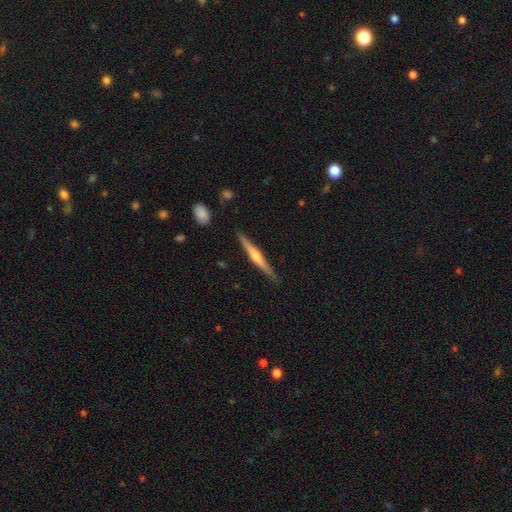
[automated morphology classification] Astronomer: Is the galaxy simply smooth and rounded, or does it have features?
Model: featured or disk — 72%.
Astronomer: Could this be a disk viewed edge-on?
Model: yes — 98%.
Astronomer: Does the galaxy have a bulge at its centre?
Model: rounded — 90%.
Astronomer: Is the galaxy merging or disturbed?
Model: none — 89%.